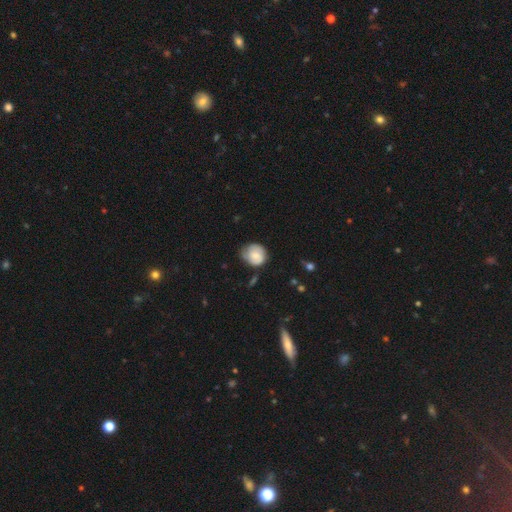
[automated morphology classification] smooth-or-featured: smooth: 69% | featured or disk: 24% | star or artifact: 7%
  how-rounded: round: 79% | in between: 20% | cigar-shaped: 1%
  merging: none: 55% | minor disturbance: 35% | major disturbance: 8% | merger: 2%